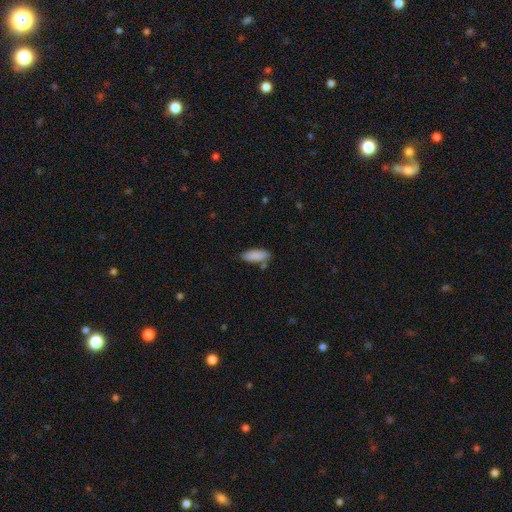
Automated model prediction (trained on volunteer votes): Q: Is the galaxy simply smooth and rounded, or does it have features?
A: smooth — 89%.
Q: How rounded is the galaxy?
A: in between — 71%.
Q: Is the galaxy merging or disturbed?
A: none — 78%.